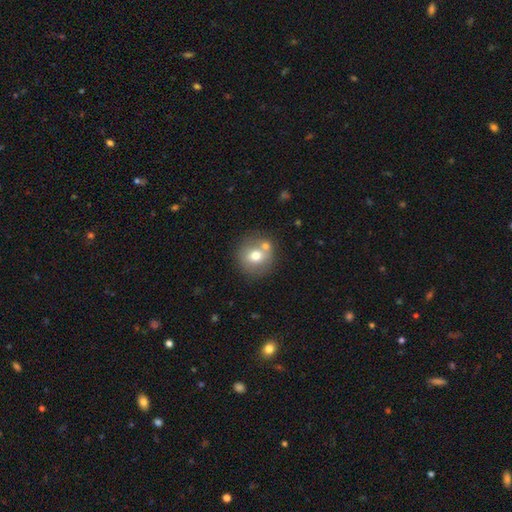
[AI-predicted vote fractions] The model was most divided on "merging": none: 62%, merger: 24%, minor disturbance: 11%, major disturbance: 4%. More confident: how rounded — round (87%); smooth or featured — smooth (70%).